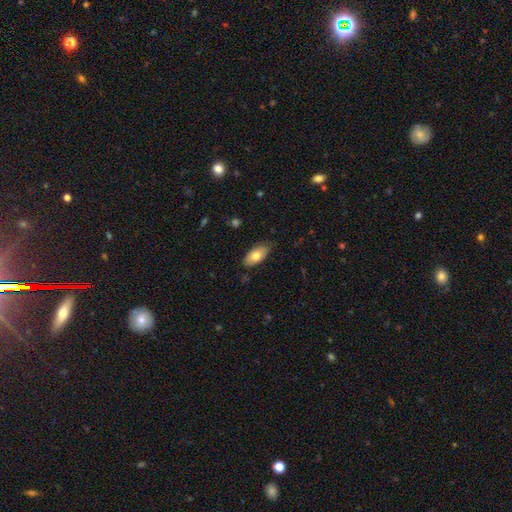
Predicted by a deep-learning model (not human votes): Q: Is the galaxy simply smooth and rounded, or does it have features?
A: smooth — 74%.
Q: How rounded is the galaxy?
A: in between — 91%.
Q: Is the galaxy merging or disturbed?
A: none — 82%.